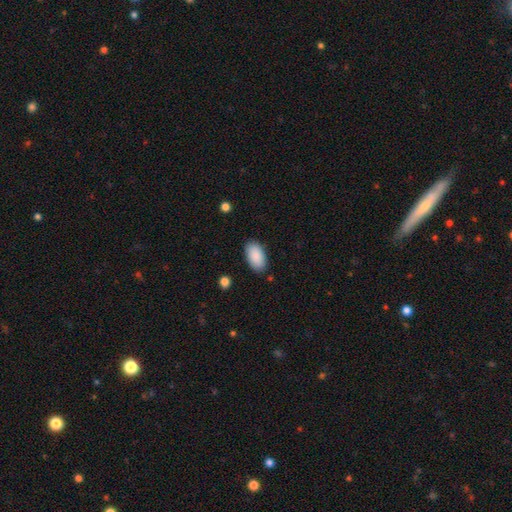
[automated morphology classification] Overall: smooth (90%). How rounded: in between (95%). Merging: none (87%).